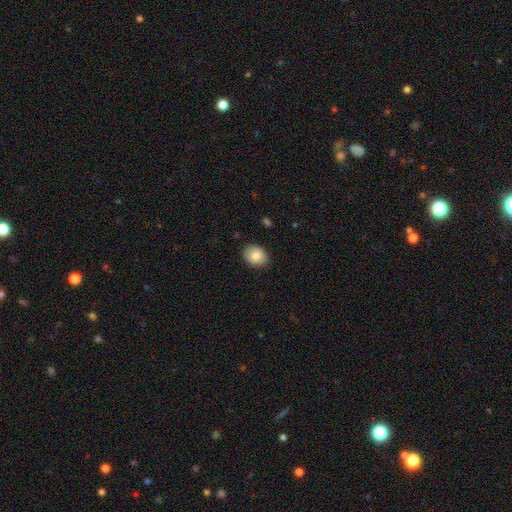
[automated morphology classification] This is clearly a smooth galaxy (84%). How rounded: possibly in between (56%). Merging: clearly none (84%).